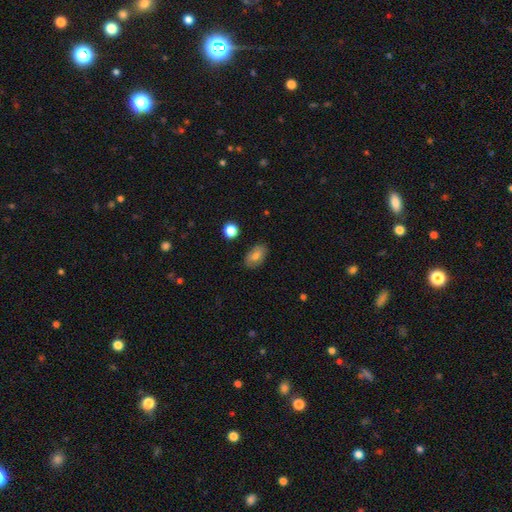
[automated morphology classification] A smooth galaxy with no disk features (72%) that is in between round and cigar-shaped (89%). Merging: none (84%).